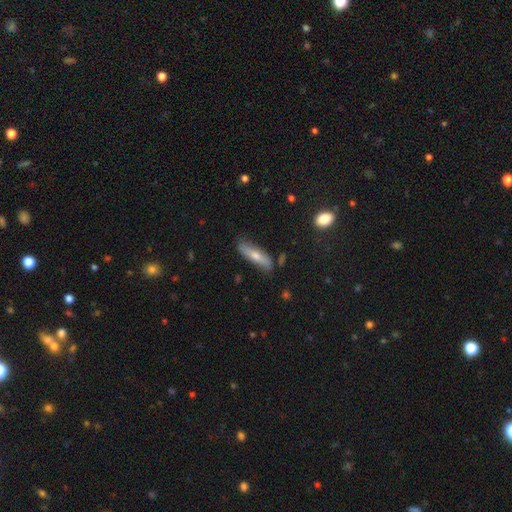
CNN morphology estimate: The model was most divided on "smooth or featured": smooth: 60%, featured or disk: 34%, star or artifact: 6%. More confident: merging — none (80%); how rounded — cigar-shaped (71%).